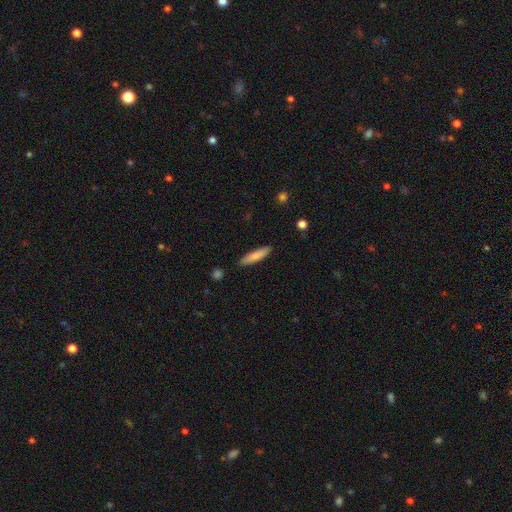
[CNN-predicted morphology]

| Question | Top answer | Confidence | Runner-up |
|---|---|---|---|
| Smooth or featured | smooth | 79% | featured or disk (15%) |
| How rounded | cigar-shaped | 81% | in between (18%) |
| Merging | none | 88% | minor disturbance (9%) |